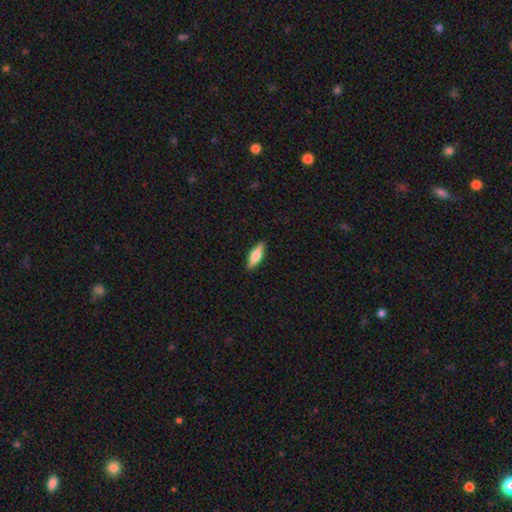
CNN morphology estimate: The model was most divided on "how rounded": cigar-shaped: 53%, in between: 45%, round: 2%. More confident: merging — none (89%); smooth or featured — smooth (56%).